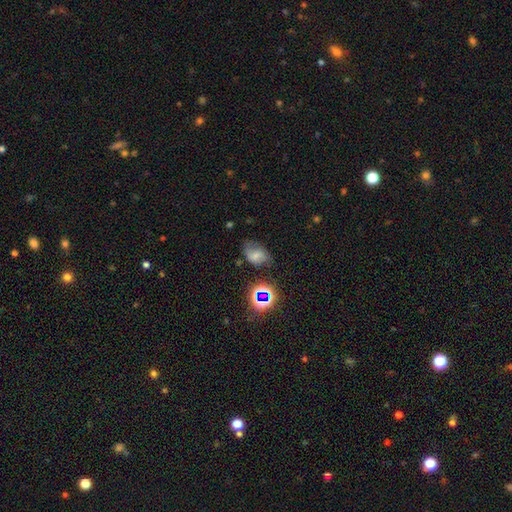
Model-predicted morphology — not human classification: Smooth or featured: smooth — 50% (featured or disk — 30%)
How rounded: in between — 76% (round — 23%)
Merging: none — 54% (minor disturbance — 29%)